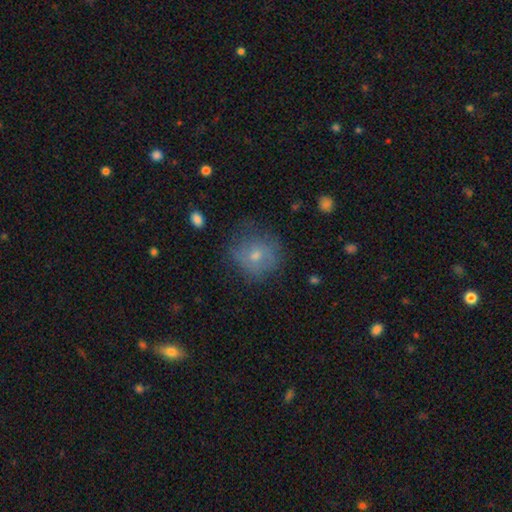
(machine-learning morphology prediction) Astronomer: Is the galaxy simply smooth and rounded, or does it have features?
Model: smooth — 58%.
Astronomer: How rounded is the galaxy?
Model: round — 81%.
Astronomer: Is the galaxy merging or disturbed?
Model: none — 60%.